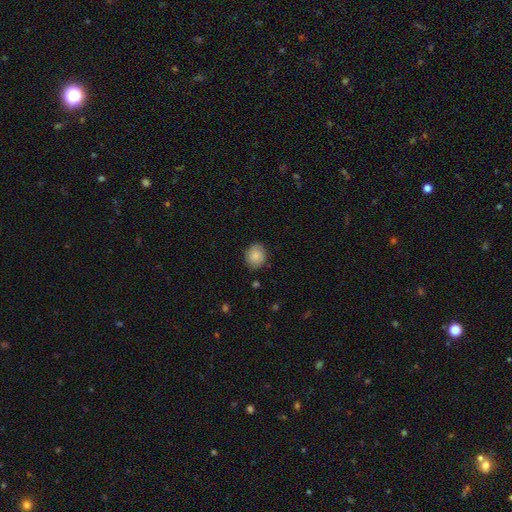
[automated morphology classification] type=smooth (82%); roundness=round (67%); merging=none (80%).